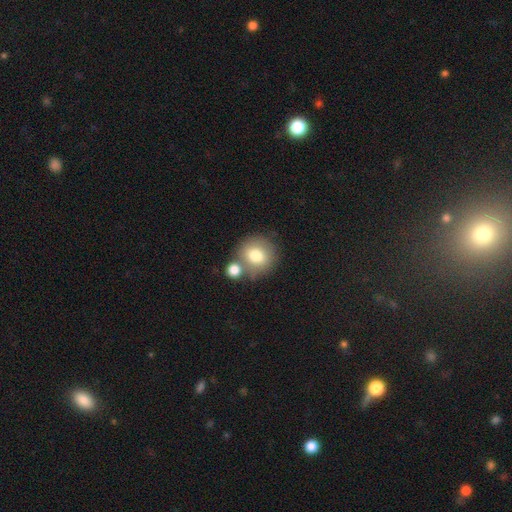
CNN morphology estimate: smooth_or_featured: smooth (p=0.77) [alt: featured or disk p=0.14]
how_rounded: round (p=0.88) [alt: in between p=0.11]
merging: none (p=0.60) [alt: merger p=0.25]